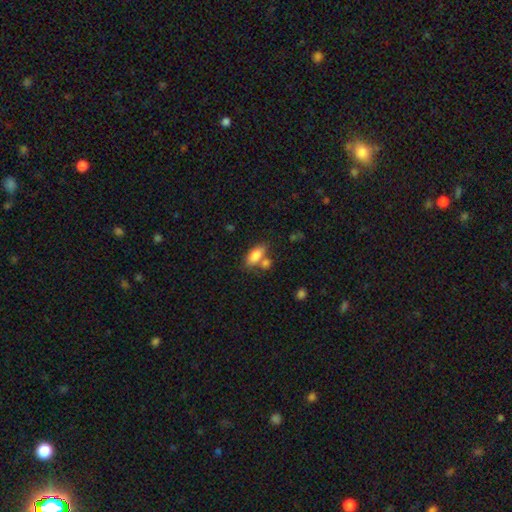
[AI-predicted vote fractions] This appears to be a smooth galaxy with no disk features (82%) that is in between round and cigar-shaped (85%). Merging: none (55%).